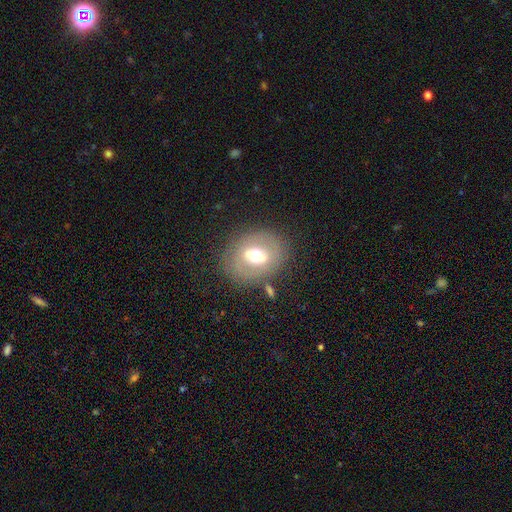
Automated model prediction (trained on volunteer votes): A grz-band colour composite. It shows a featured or disk galaxy (48%). Merging: none (73%).